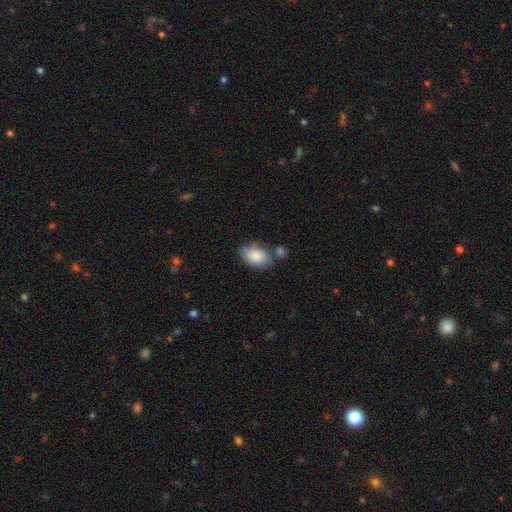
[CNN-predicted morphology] The model was most divided on "merging": none: 62%, minor disturbance: 18%, merger: 15%, major disturbance: 5%. More confident: how rounded — in between (89%); smooth or featured — smooth (85%).